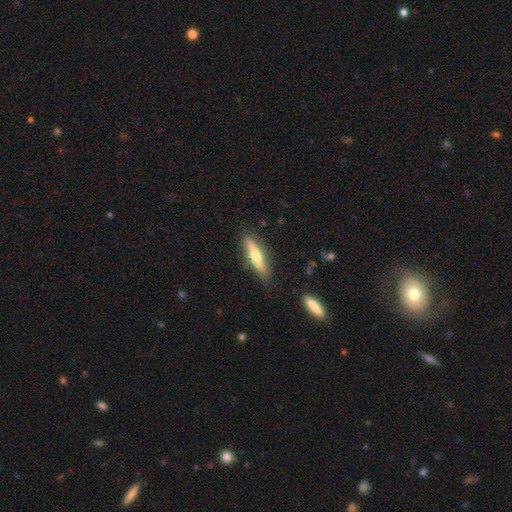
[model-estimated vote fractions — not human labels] smooth 49%, featured or disk 46%, star or artifact 6%. Down the decision tree: merging — none (85%).